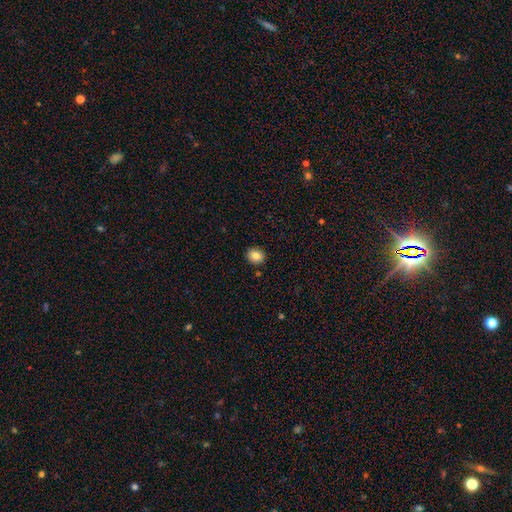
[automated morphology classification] smooth-or-featured: smooth: 85% | star or artifact: 9% | featured or disk: 6%
  how-rounded: round: 61% | in between: 38% | cigar-shaped: 1%
  merging: none: 89% | minor disturbance: 7% | major disturbance: 2% | merger: 2%